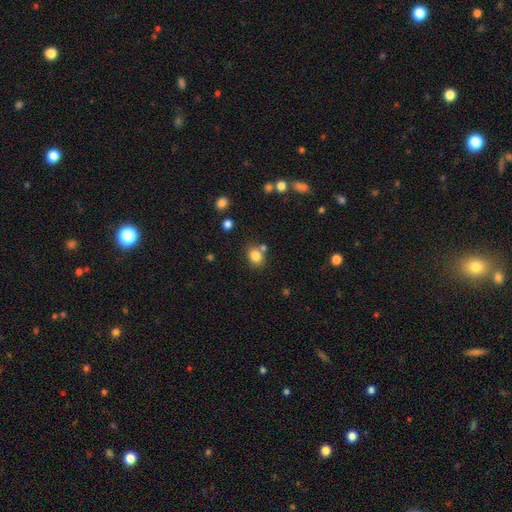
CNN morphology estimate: This is clearly a smooth galaxy (81%). How rounded: likely round (67%). Merging: likely none (66%).